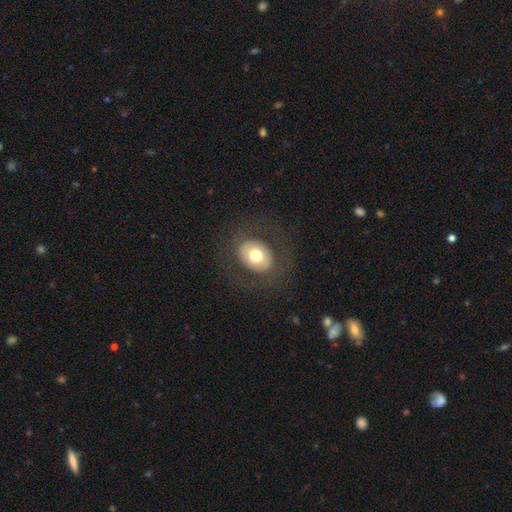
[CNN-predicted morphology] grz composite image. It shows a smooth galaxy with no disk features (65%) that is in between round and cigar-shaped (54%). Merging: none (80%).